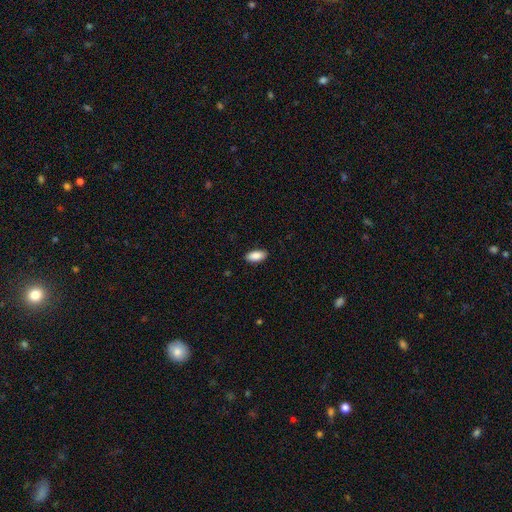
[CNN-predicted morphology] This appears to be a smooth galaxy with no disk features (89%) that is in between round and cigar-shaped (91%). Merging: none (88%).